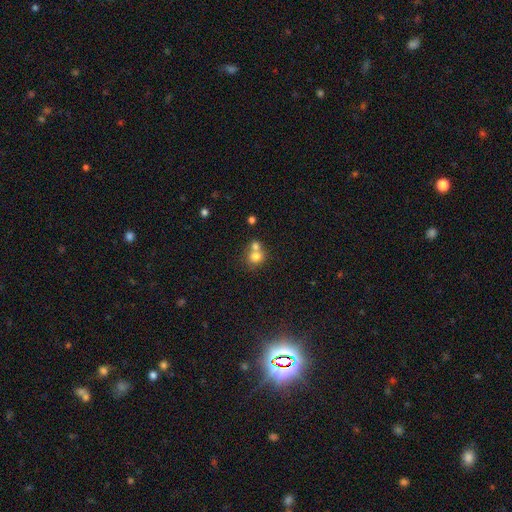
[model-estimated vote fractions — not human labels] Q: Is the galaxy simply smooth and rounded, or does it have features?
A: smooth — 77%.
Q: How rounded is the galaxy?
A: round — 77%.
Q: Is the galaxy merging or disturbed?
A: merger — 54%.